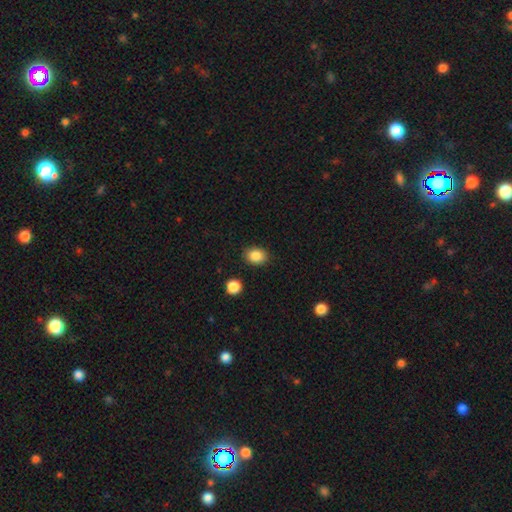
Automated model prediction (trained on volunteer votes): This is clearly a smooth galaxy (86%). How rounded: possibly in between (58%). Merging: clearly none (88%).